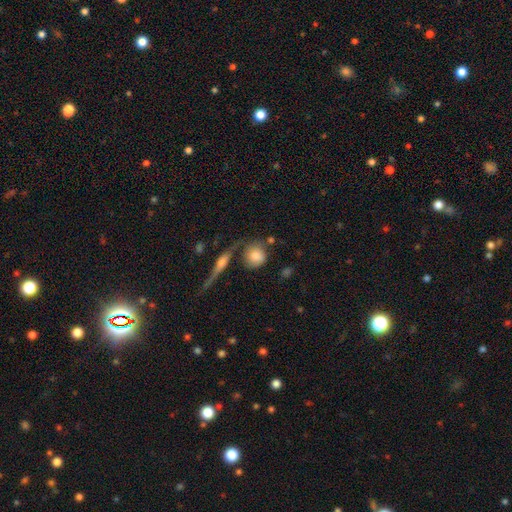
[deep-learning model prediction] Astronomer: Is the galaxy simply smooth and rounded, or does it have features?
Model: smooth — 77%.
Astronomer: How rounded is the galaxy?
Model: round — 81%.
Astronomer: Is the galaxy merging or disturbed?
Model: none — 54%.